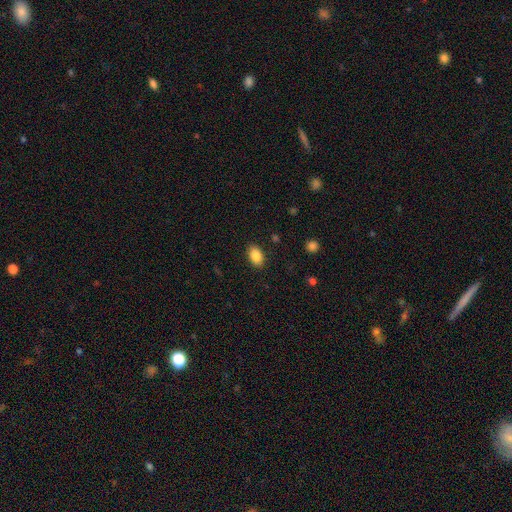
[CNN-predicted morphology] Overall: smooth (87%). How rounded: in between (88%). Merging: none (88%).